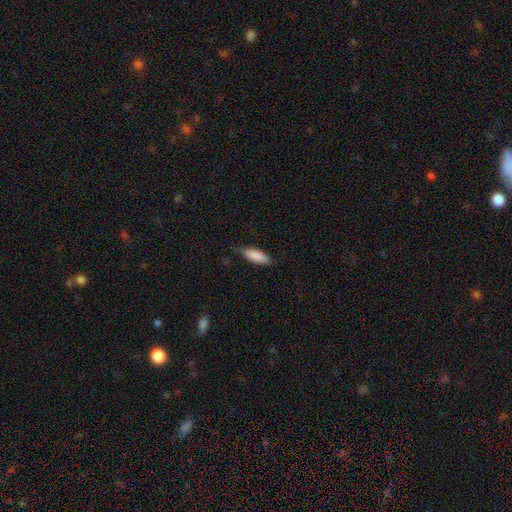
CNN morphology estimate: This is clearly a smooth galaxy (88%). How rounded: possibly in between (60%). Merging: likely none (73%).